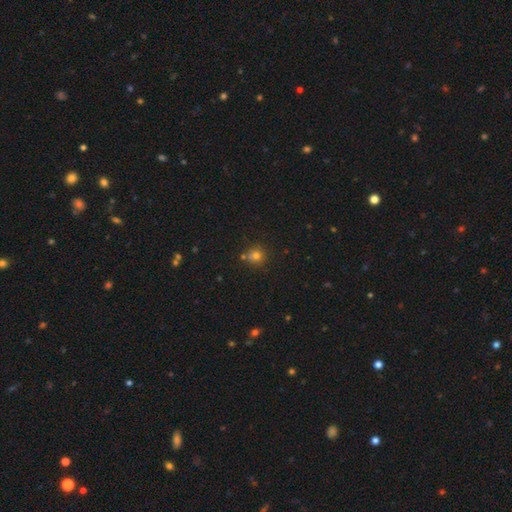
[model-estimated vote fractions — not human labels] smooth_or_featured: smooth (p=0.73) [alt: star or artifact p=0.19]
how_rounded: round (p=0.88) [alt: in between p=0.11]
merging: none (p=0.69) [alt: merger p=0.15]